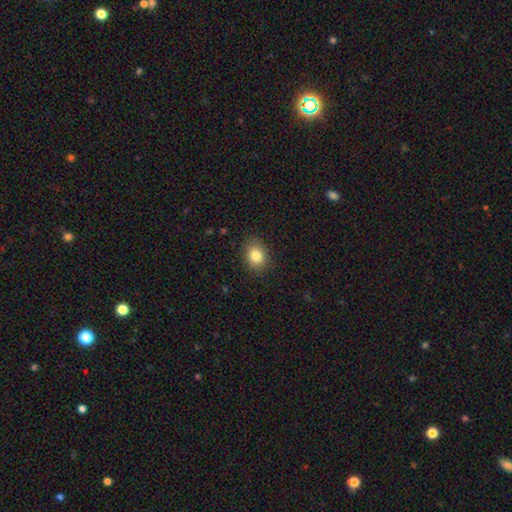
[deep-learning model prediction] The model was most divided on "how rounded": in between: 52%, round: 47%, cigar-shaped: 1%. More confident: merging — none (88%); smooth or featured — smooth (82%).